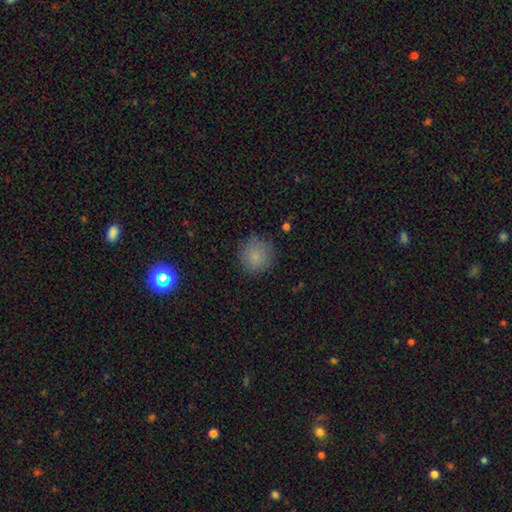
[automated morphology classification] Overall: smooth (83%). How rounded: round (94%). Merging: none (84%).